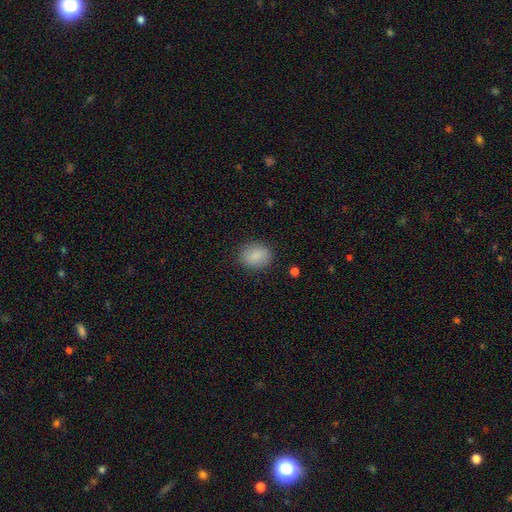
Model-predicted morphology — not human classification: Q: Smooth or featured?
A: smooth (87%); runner-up: star or artifact (8%)
Q: How rounded?
A: in between (61%); runner-up: round (38%)
Q: Merging?
A: none (86%); runner-up: minor disturbance (10%)